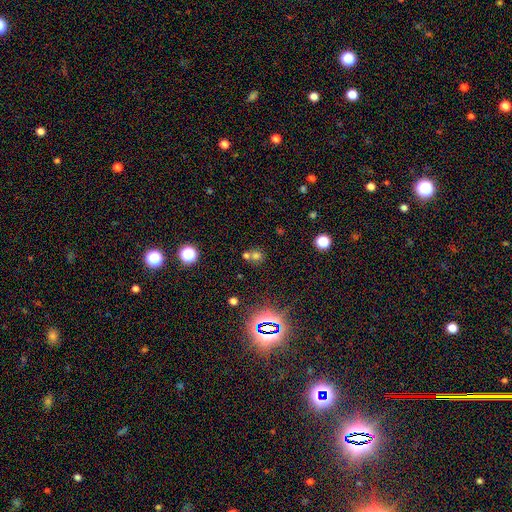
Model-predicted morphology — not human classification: smooth-or-featured: smooth: 58% | star or artifact: 29% | featured or disk: 12%
  how-rounded: round: 76% | in between: 22% | cigar-shaped: 1%
  merging: none: 45% | merger: 44% | minor disturbance: 7% | major disturbance: 4%